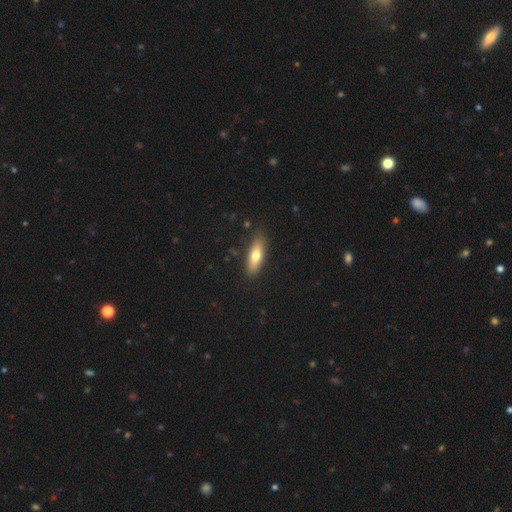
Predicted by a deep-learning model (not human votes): Q: Smooth or featured?
A: smooth (69%); runner-up: featured or disk (25%)
Q: How rounded?
A: in between (59%); runner-up: cigar-shaped (39%)
Q: Merging?
A: none (85%); runner-up: minor disturbance (11%)